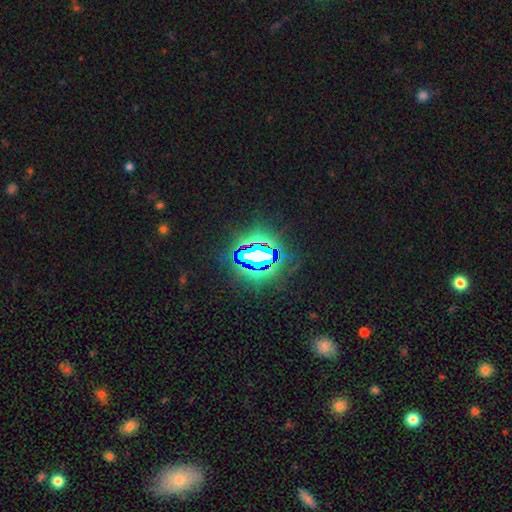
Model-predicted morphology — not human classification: Smooth or featured? star or artifact (80%)